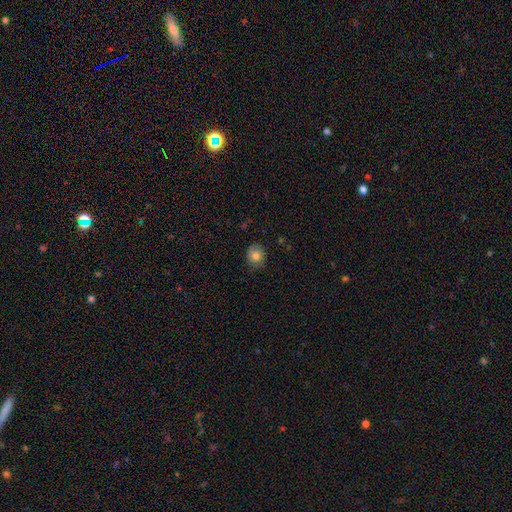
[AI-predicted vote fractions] smooth-or-featured: smooth: 79% | featured or disk: 11% | star or artifact: 10%
  how-rounded: round: 72% | in between: 27% | cigar-shaped: 1%
  merging: none: 82% | minor disturbance: 15% | major disturbance: 3% | merger: 1%